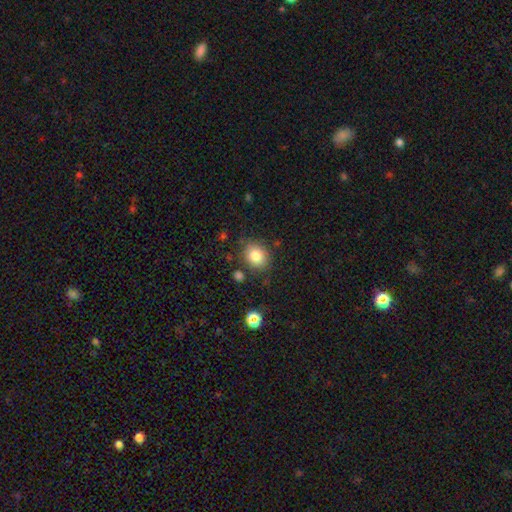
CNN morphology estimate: smooth_or_featured: smooth (p=0.83) [alt: star or artifact p=0.10]
how_rounded: round (p=0.62) [alt: in between p=0.37]
merging: none (p=0.81) [alt: minor disturbance p=0.12]